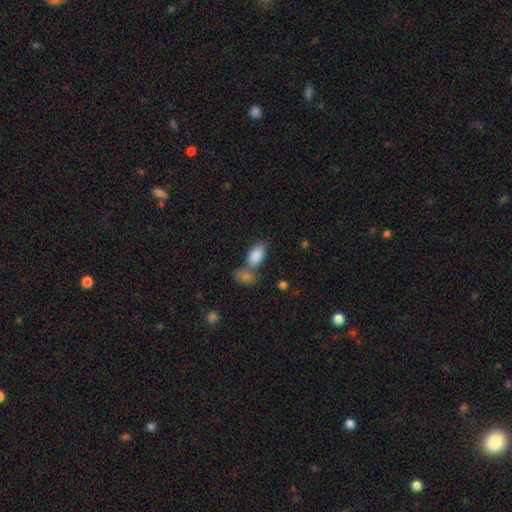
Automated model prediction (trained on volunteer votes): This appears to be a smooth galaxy with no disk features (87%) that is in between round and cigar-shaped (93%). Merging: none (44%).